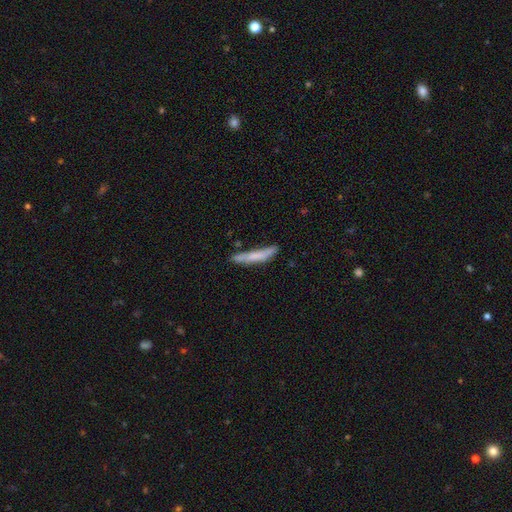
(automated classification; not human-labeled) This is likely a smooth galaxy (67%). How rounded: clearly cigar-shaped (93%). Merging: likely none (65%).